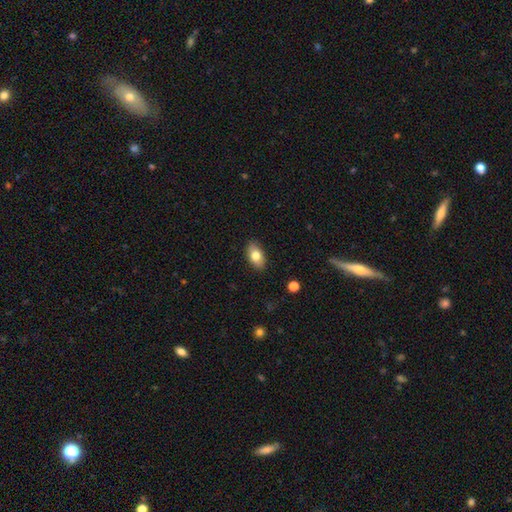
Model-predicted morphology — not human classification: A smooth galaxy with no disk features (78%) that is in between round and cigar-shaped (90%). Merging: none (87%).